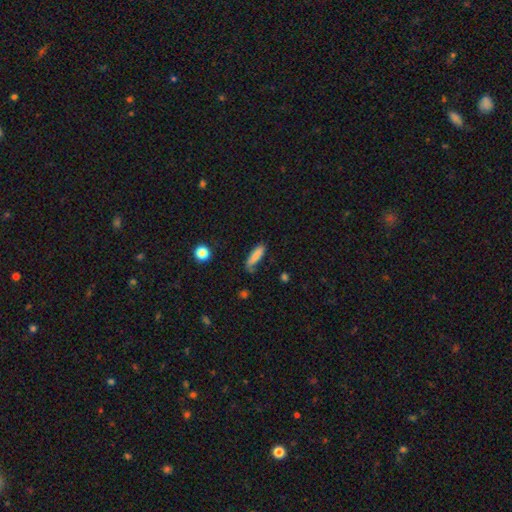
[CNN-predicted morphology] smooth 80%, featured or disk 12%, star or artifact 7%. Down the decision tree: how rounded — cigar-shaped (62%); merging — none (65%).